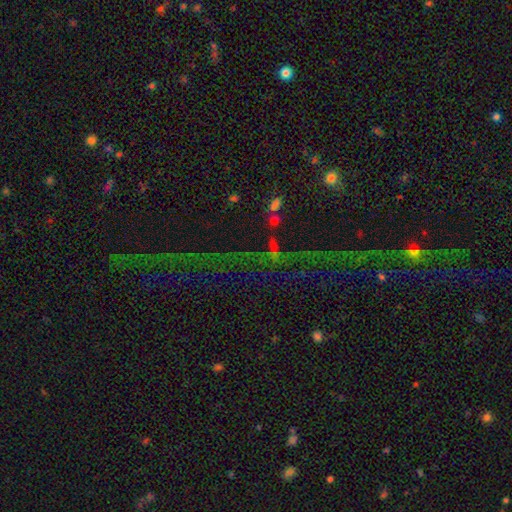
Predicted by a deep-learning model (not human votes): Q: Smooth or featured?
A: star or artifact (76%); runner-up: featured or disk (13%)